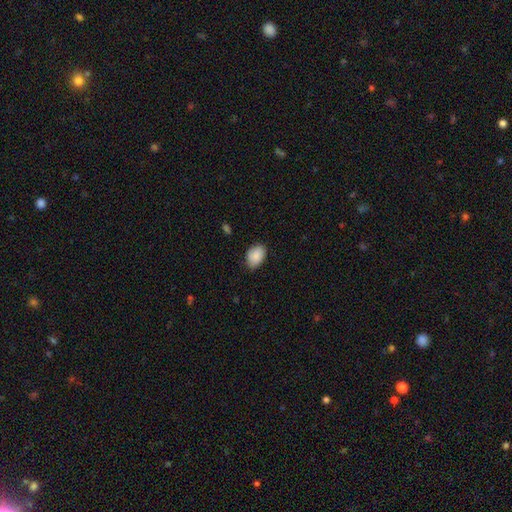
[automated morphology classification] A smooth galaxy with no disk features (88%) that is in between round and cigar-shaped (82%). Merging: none (76%).